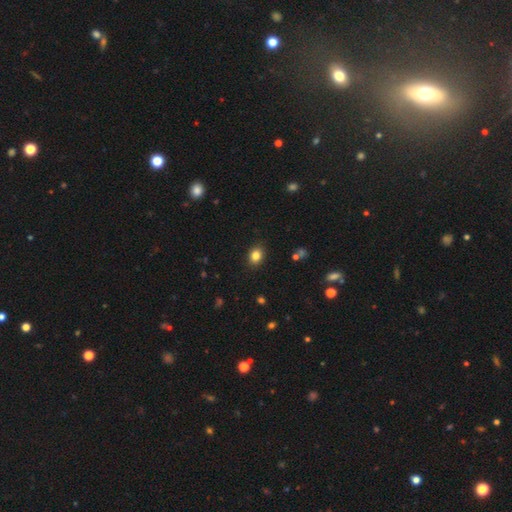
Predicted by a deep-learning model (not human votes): This appears to be a smooth galaxy with no disk features (83%) that is in between round and cigar-shaped (50%). Merging: none (88%).